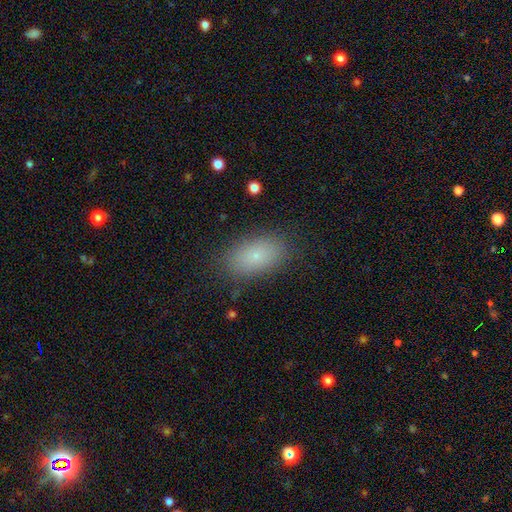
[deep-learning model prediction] Smooth or featured? Predicted: smooth (p=0.77). How rounded? Predicted: in between (p=0.91). Merging? Predicted: none (p=0.85).